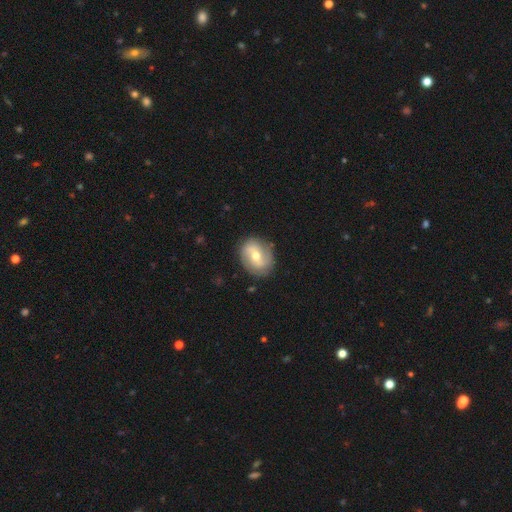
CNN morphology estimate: A featured or disk galaxy (57%) with a weak bar (45%), spiral arms (69%) and a moderate central bulge (71%). Merging: none (82%).